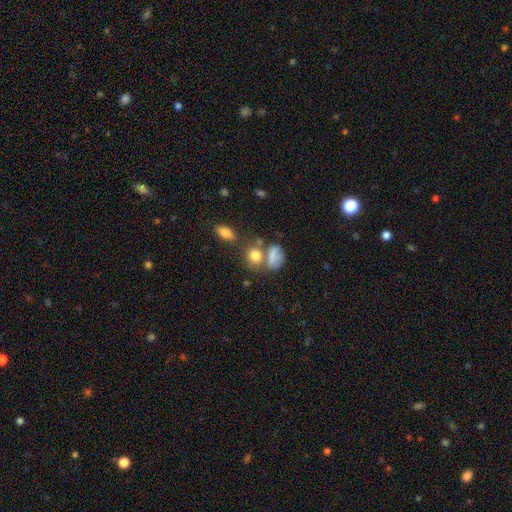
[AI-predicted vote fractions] The model was most divided on "how rounded" (2-way tie): in between: 49%, round: 49%, cigar-shaped: 2%. Remaining: smooth or featured — smooth (78%); merging — none (45%).